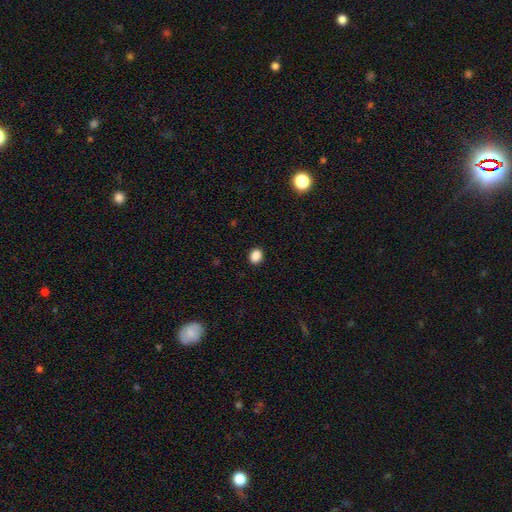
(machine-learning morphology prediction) A smooth galaxy with no disk features (88%) that is round (52%).

Vote fractions:
- Smooth or featured? smooth: 88% / star or artifact: 10% / featured or disk: 3%
- How rounded? round: 52% / in between: 47% / cigar-shaped: 1%
- Merging? none: 90% / minor disturbance: 7% / major disturbance: 2% / merger: 1%